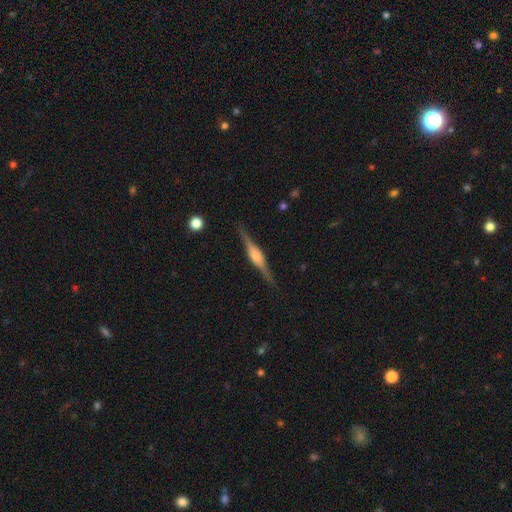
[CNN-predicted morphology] Smooth or featured?
  - featured or disk: 80% *
  - smooth: 14%
  - star or artifact: 6%
Edge-on disk?
  - yes: 98% *
  - no: 2%
Edge-on bulge?
  - rounded: 77% *
  - boxy: 19%
  - none: 3%
Merging?
  - none: 89% *
  - minor disturbance: 8%
  - major disturbance: 2%
  - merger: 1%